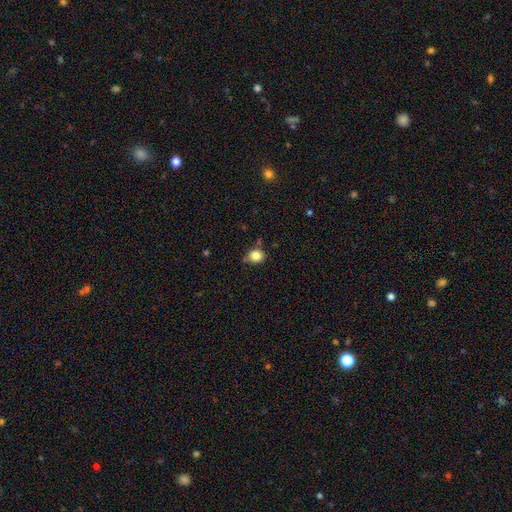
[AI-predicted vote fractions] A smooth galaxy with no disk features (83%) that is round (69%). Merging: none (75%).